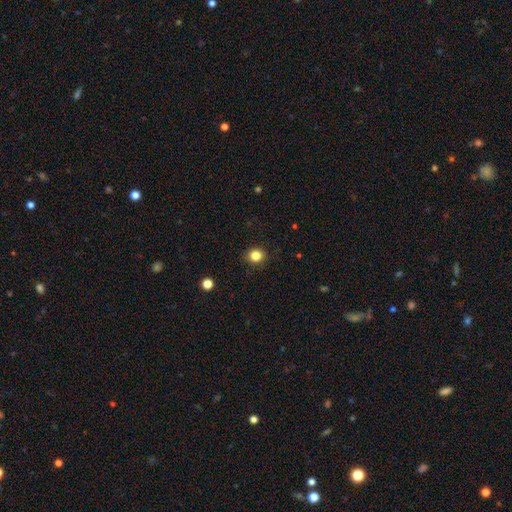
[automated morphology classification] Smooth or featured? Predicted: smooth (p=0.83). How rounded? Predicted: round (p=0.85). Merging? Predicted: none (p=0.91).